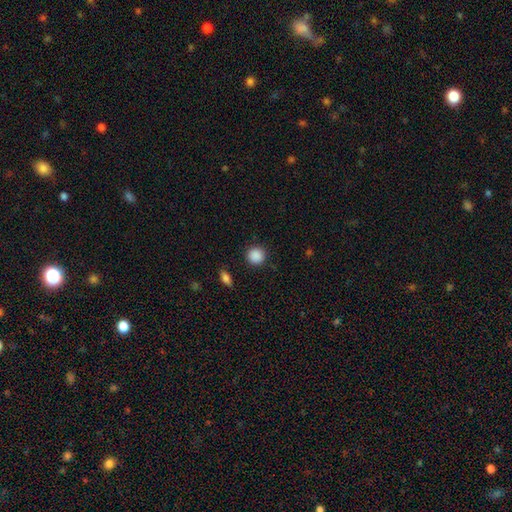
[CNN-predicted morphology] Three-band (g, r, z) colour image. It shows a smooth galaxy with no disk features (89%) that is round (92%). Merging: none (90%).